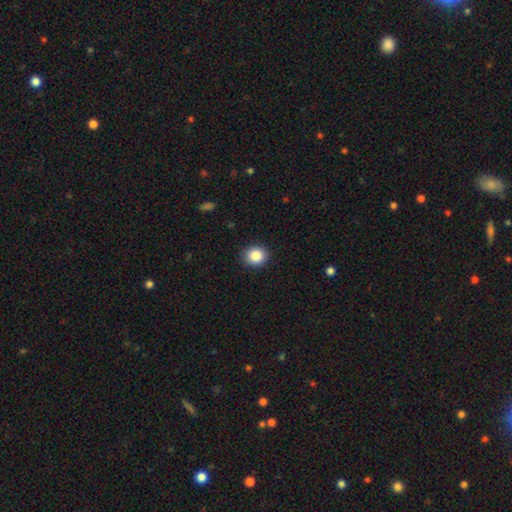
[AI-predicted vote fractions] Smooth or featured: smooth — 87% (star or artifact — 9%)
How rounded: round — 84% (in between — 15%)
Merging: none — 89% (minor disturbance — 8%)